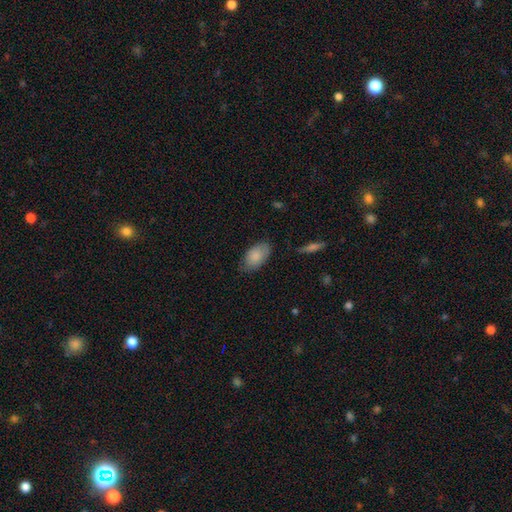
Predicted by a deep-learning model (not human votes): Overall: smooth (85%). How rounded: in between (94%). Merging: none (74%).